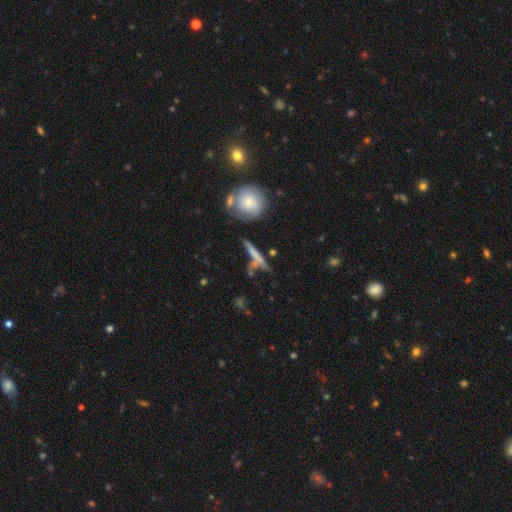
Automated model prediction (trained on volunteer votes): smooth 49%, featured or disk 41%, star or artifact 10%. Down the decision tree: merging — none (56%).